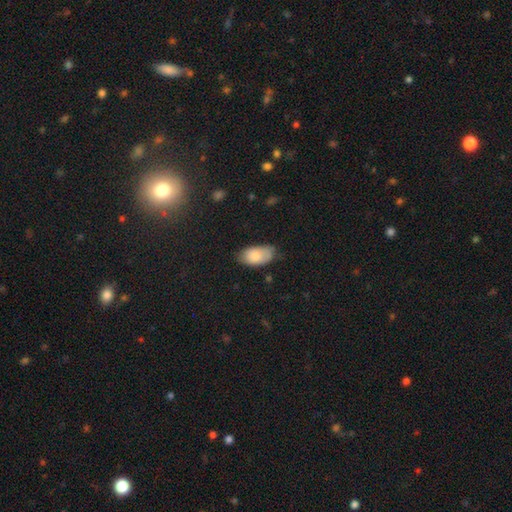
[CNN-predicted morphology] smooth-or-featured: smooth: 82% | featured or disk: 11% | star or artifact: 7%
  how-rounded: in between: 94% | round: 3% | cigar-shaped: 2%
  merging: none: 63% | minor disturbance: 29% | major disturbance: 6% | merger: 2%